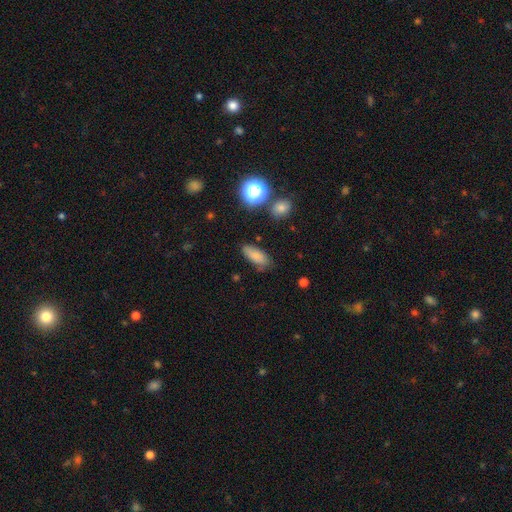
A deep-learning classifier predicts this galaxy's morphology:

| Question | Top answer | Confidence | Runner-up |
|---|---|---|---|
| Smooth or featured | smooth | 80% | star or artifact (11%) |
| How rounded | in between | 79% | cigar-shaped (16%) |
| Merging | none | 75% | minor disturbance (18%) |